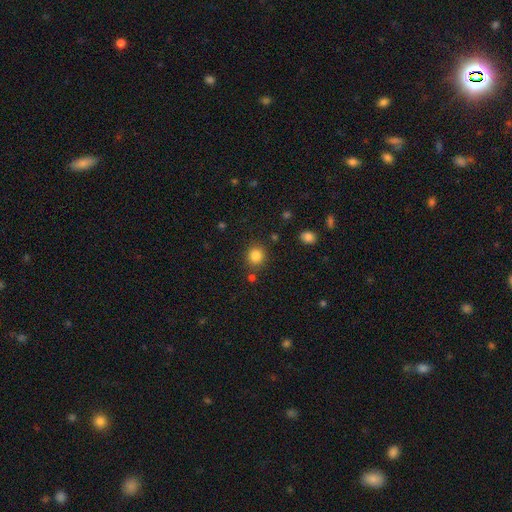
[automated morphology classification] Smooth or featured? Predicted: smooth (p=0.84). How rounded? Predicted: round (p=0.85). Merging? Predicted: none (p=0.84).